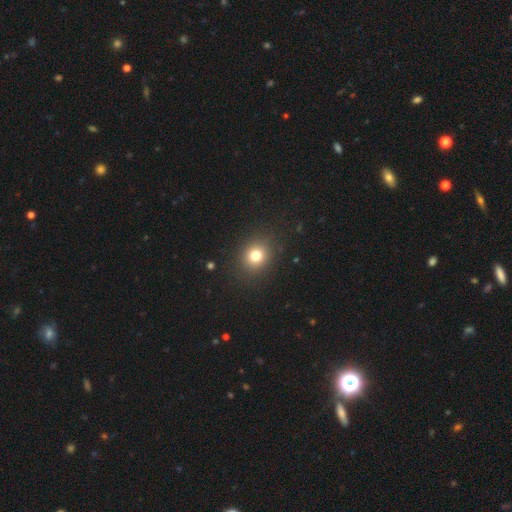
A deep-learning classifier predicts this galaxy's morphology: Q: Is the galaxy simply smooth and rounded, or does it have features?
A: smooth — 78%.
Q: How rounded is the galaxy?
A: round — 76%.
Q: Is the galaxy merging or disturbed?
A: none — 88%.